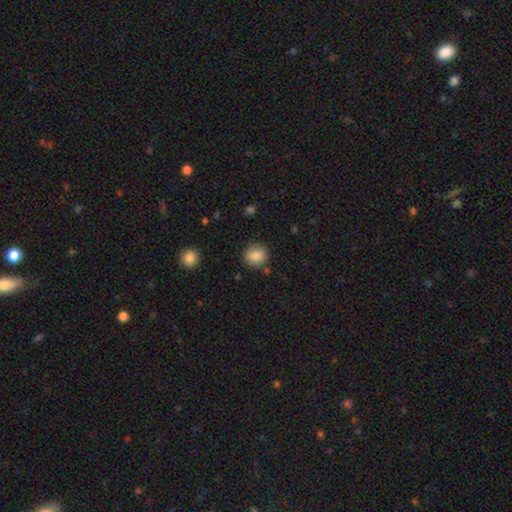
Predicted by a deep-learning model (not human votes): Morphology: type=smooth (84%); roundness=round (85%); merging=none (80%).